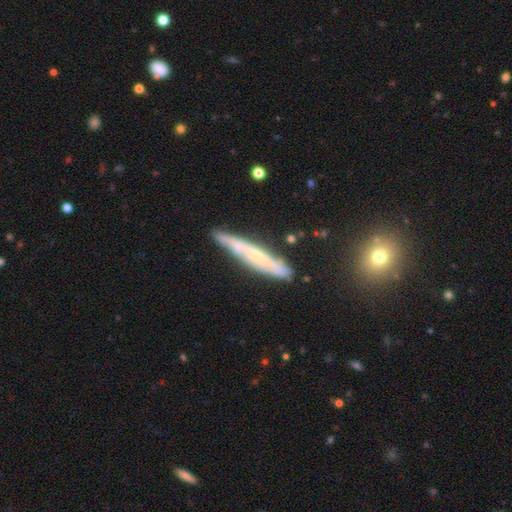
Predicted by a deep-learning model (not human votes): This is likely a featured or disk galaxy (65%). It is likely viewed edge-on (73%). Merging: likely none (72%).